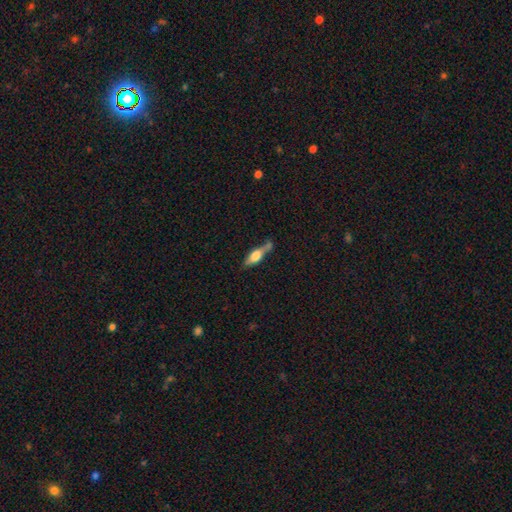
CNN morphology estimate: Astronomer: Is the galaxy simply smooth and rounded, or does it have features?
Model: smooth — 48% (runner-up: featured or disk, 45%).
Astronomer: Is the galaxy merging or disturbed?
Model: none — 48%.